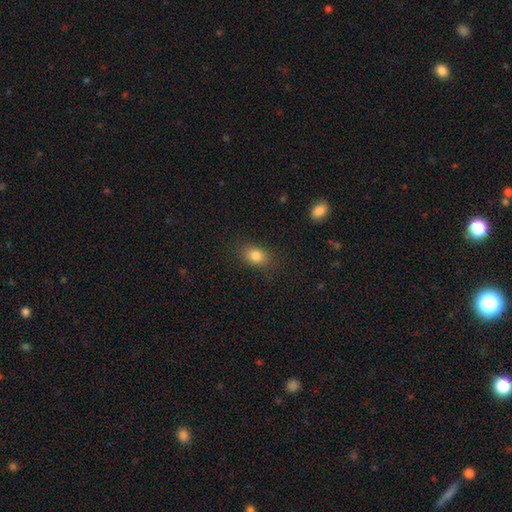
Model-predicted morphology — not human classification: smooth_or_featured: smooth (p=0.83) [alt: star or artifact p=0.10]
how_rounded: in between (p=0.68) [alt: round p=0.30]
merging: none (p=0.82) [alt: minor disturbance p=0.12]